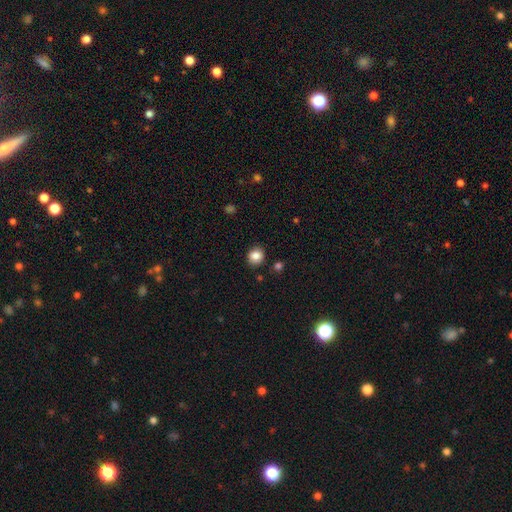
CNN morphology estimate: Q: Smooth or featured?
A: smooth (86%); runner-up: star or artifact (10%)
Q: How rounded?
A: round (82%); runner-up: in between (17%)
Q: Merging?
A: none (87%); runner-up: minor disturbance (8%)